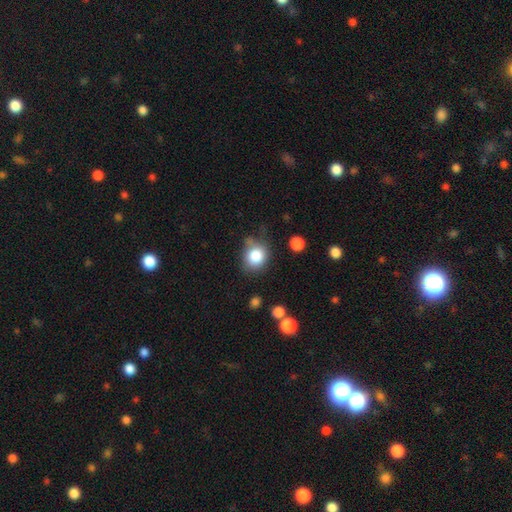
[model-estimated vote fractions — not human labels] This is clearly a smooth galaxy (82%). How rounded: likely round (71%). Merging: likely none (65%).